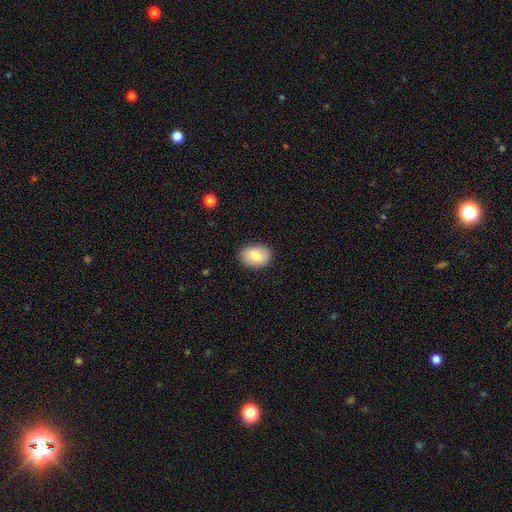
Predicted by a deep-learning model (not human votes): A smooth galaxy with no disk features (81%) that is in between round and cigar-shaped (69%).

Vote fractions:
- Smooth or featured? smooth: 81% / featured or disk: 12% / star or artifact: 7%
- How rounded? in between: 69% / round: 30% / cigar-shaped: 1%
- Merging? none: 88% / minor disturbance: 9% / major disturbance: 2% / merger: 1%